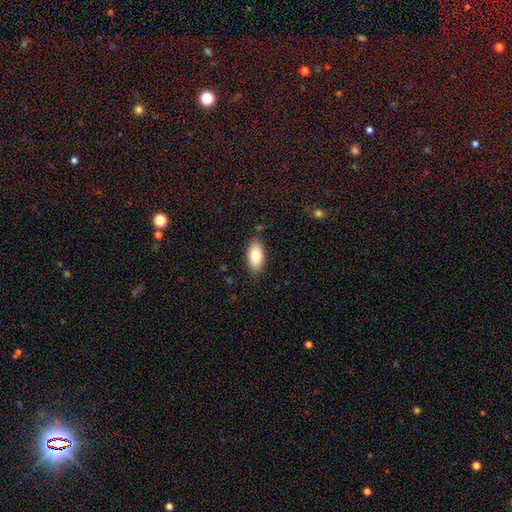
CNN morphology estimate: smooth-or-featured: smooth: 79% | featured or disk: 14% | star or artifact: 7%
  how-rounded: in between: 91% | cigar-shaped: 6% | round: 3%
  merging: none: 84% | minor disturbance: 12% | major disturbance: 3% | merger: 2%